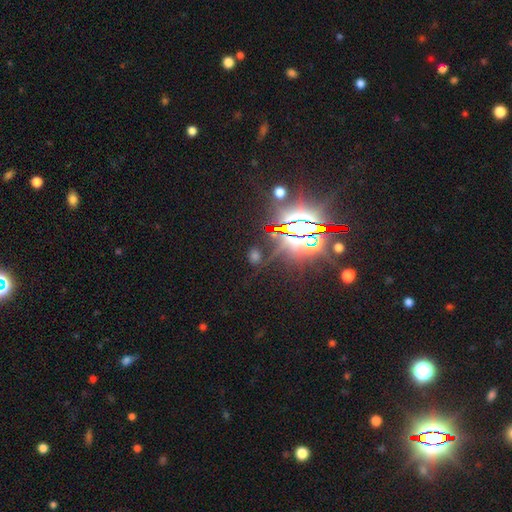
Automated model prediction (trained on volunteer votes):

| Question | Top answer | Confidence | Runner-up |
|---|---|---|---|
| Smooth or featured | star or artifact | 71% | smooth (19%) |